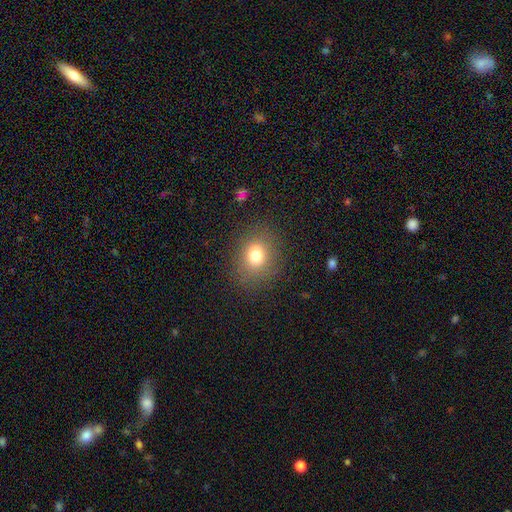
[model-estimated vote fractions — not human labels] Smooth or featured?
  - smooth: 76% *
  - star or artifact: 13%
  - featured or disk: 11%
How rounded?
  - round: 63% *
  - in between: 36%
  - cigar-shaped: 1%
Merging?
  - none: 83% *
  - minor disturbance: 11%
  - major disturbance: 5%
  - merger: 1%